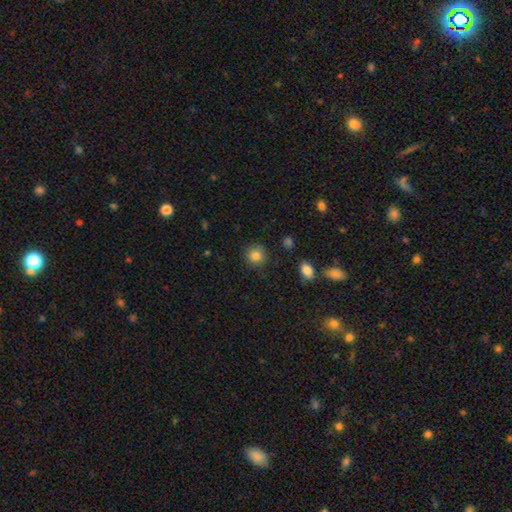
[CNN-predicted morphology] Smooth or featured? smooth (83%)
How rounded? round (91%)
Merging? none (88%)